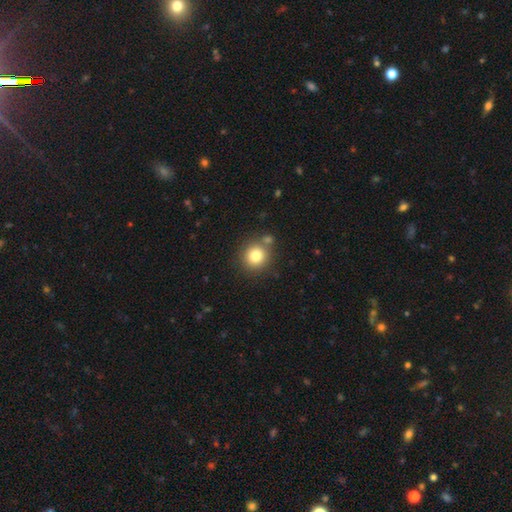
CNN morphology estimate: This appears to be a smooth galaxy with no disk features (80%) that is round (90%). Merging: none (75%).